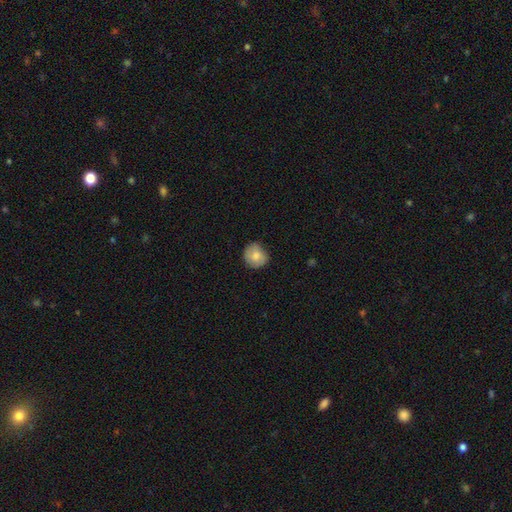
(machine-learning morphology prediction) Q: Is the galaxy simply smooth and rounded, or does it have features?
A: smooth — 78%.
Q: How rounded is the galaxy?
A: round — 86%.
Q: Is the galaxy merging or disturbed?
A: none — 75%.